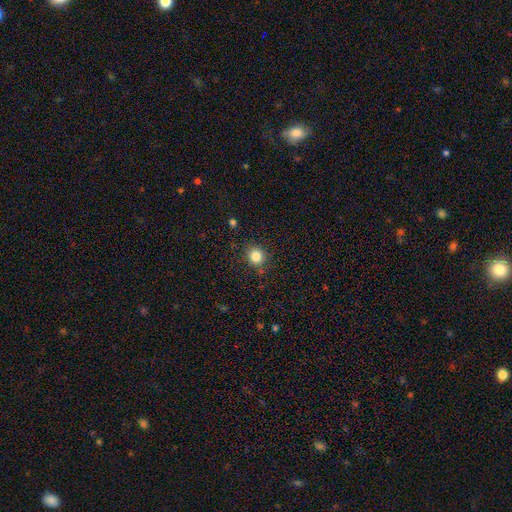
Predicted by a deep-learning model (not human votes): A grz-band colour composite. It shows a smooth galaxy with no disk features (84%) that is round (83%). Merging: none (85%).